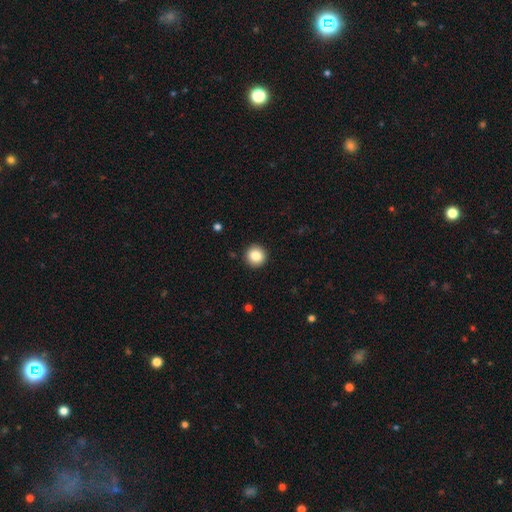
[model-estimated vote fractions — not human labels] smooth 85%, star or artifact 9%, featured or disk 6%. Down the decision tree: how rounded — round (95%); merging — none (93%).